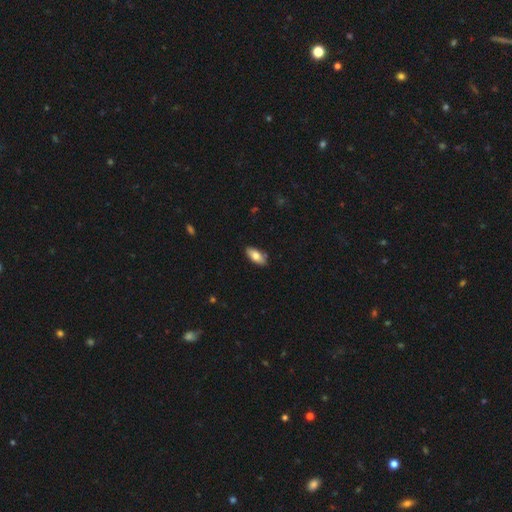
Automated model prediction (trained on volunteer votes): smooth_or_featured: smooth (p=0.80) [alt: featured or disk p=0.14]
how_rounded: in between (p=0.88) [alt: cigar-shaped p=0.10]
merging: none (p=0.85) [alt: minor disturbance p=0.12]